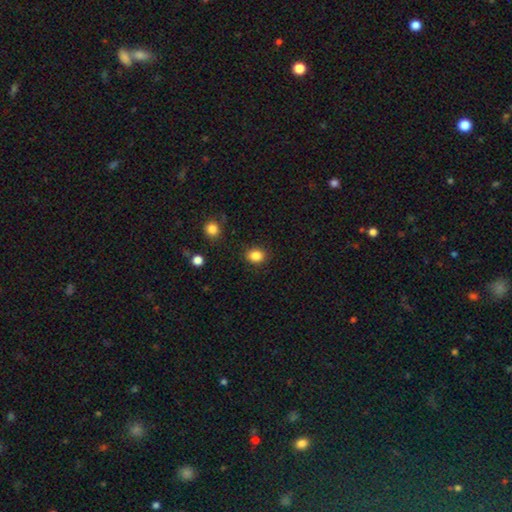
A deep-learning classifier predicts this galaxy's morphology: Smooth or featured? smooth (86%)
How rounded? round (50%)
Merging? none (87%)